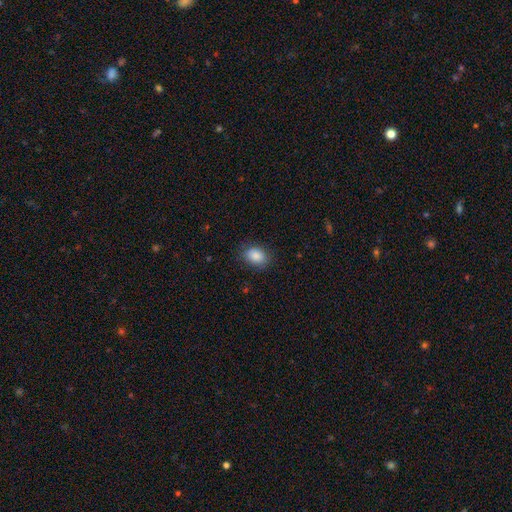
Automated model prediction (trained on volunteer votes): The model was most divided on "how rounded": in between: 75%, round: 24%, cigar-shaped: 1%. More confident: smooth or featured — smooth (87%); merging — none (83%).